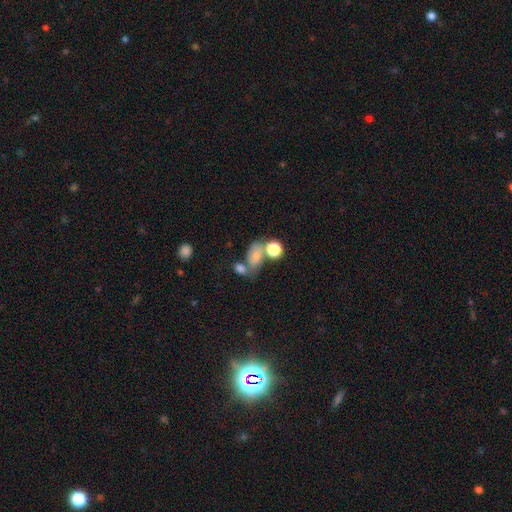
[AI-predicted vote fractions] Smooth or featured: smooth — 71% (featured or disk — 17%)
How rounded: in between — 79% (round — 18%)
Merging: merger — 38% (none — 37%)